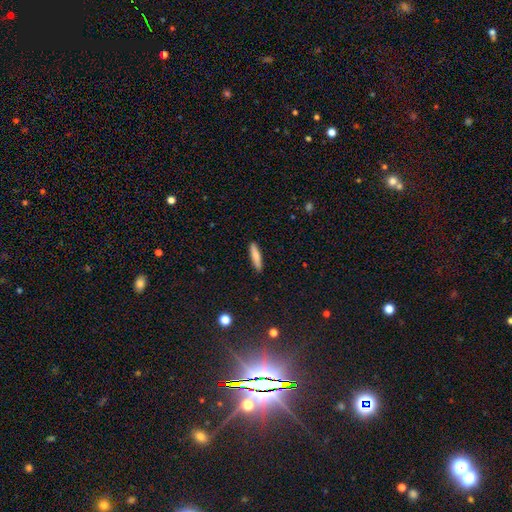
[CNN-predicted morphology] A smooth galaxy with no disk features (80%) that is cigar-shaped (83%). Merging: none (88%).